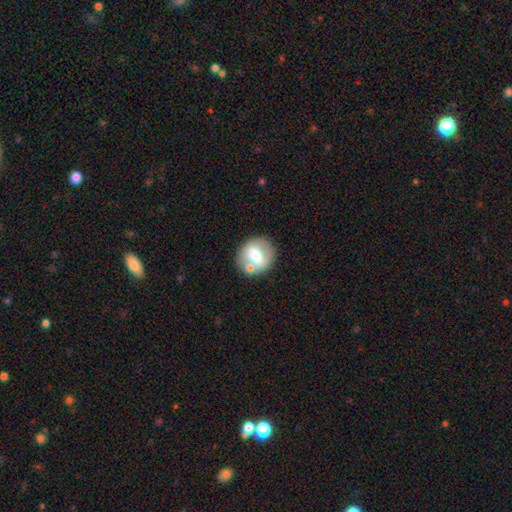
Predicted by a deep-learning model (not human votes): smooth 54%, featured or disk 39%, star or artifact 8%. Down the decision tree: how rounded — round (80%); merging — none (70%).